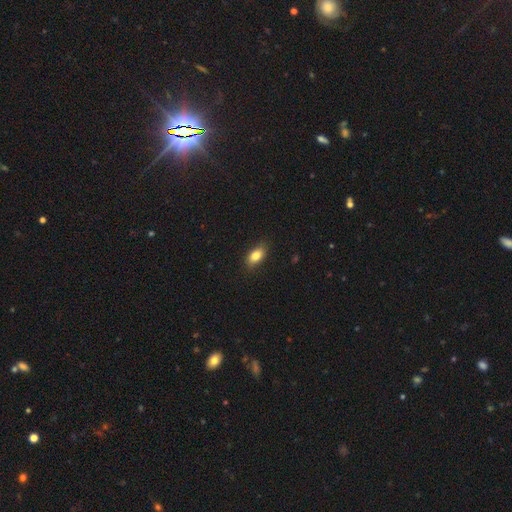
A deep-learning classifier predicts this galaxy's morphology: Smooth or featured? smooth (83%)
How rounded? in between (88%)
Merging? none (85%)